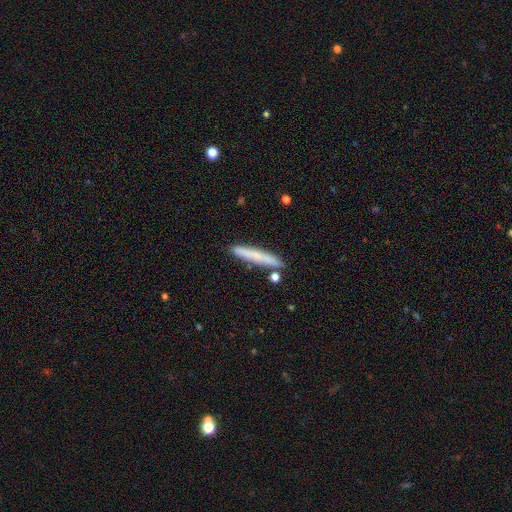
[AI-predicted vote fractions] A smooth galaxy with no disk features (67%) that is cigar-shaped (95%). Merging: none (82%).